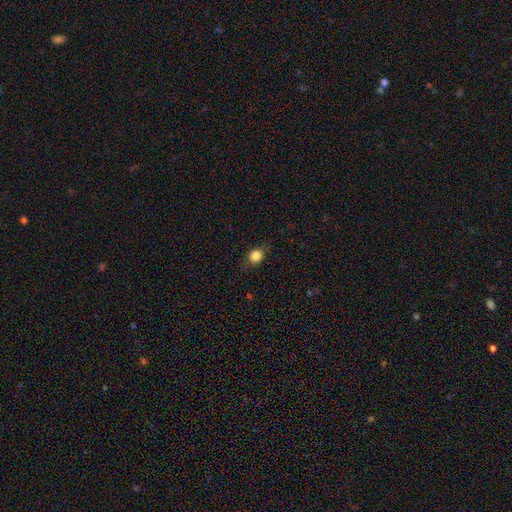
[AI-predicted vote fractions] Smooth or featured: smooth — 82% (star or artifact — 10%)
How rounded: round — 55% (in between — 43%)
Merging: none — 78% (minor disturbance — 16%)